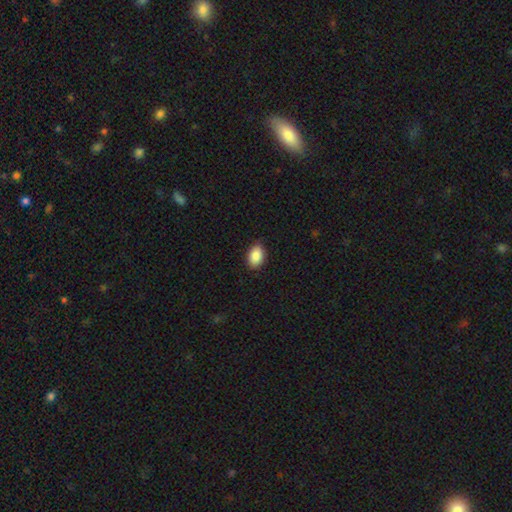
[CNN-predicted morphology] Smooth or featured?
  - smooth: 89% *
  - star or artifact: 7%
  - featured or disk: 4%
How rounded?
  - in between: 88% *
  - round: 11%
  - cigar-shaped: 1%
Merging?
  - none: 86% *
  - minor disturbance: 11%
  - major disturbance: 2%
  - merger: 1%